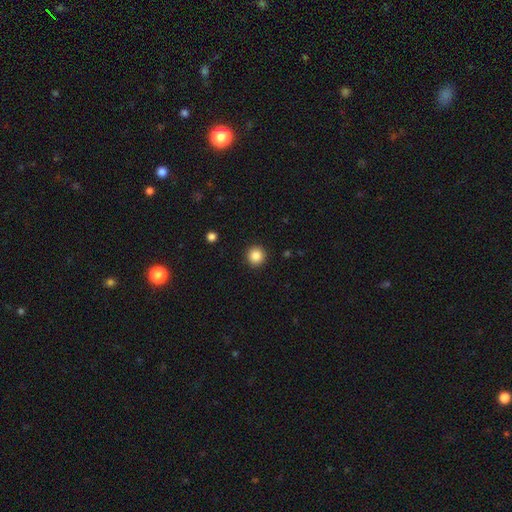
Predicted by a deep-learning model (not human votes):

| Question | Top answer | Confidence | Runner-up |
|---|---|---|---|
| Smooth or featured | smooth | 86% | star or artifact (10%) |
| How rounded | round | 95% | in between (5%) |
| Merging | none | 92% | minor disturbance (5%) |